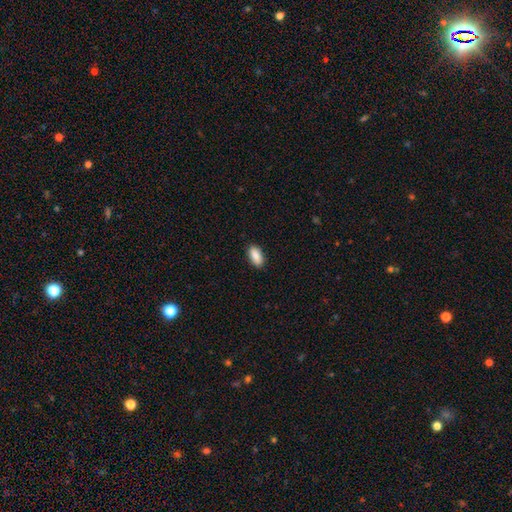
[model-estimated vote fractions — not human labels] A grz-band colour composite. It shows a smooth galaxy with no disk features (87%) that is in between round and cigar-shaped (91%). Merging: none (89%).